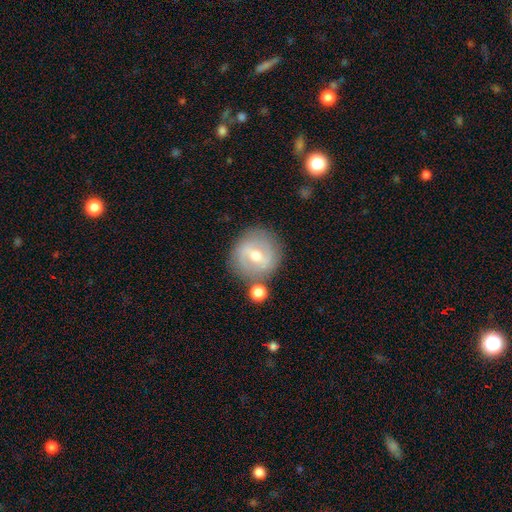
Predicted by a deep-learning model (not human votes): featured or disk 58%, smooth 35%, star or artifact 7%. Down the decision tree: edge-on disk — no (94%); bar — weak (52%); spiral arms — yes (60%); bulge size — moderate (69%); merging — none (75%).